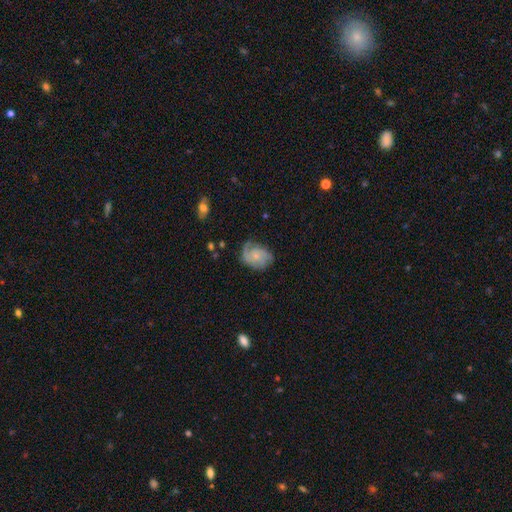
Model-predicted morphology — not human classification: Smooth or featured: featured or disk — 73% (smooth — 20%)
Edge-on disk: no — 98% (yes — 2%)
Bar: no — 74% (weak — 23%)
Spiral arms: yes — 94% (no — 6%)
Spiral winding: tight — 44% (medium — 41%)
Spiral arm count: 2 — 47% (3 — 19%)
Bulge size: small — 68% (moderate — 23%)
Merging: none — 66% (minor disturbance — 22%)